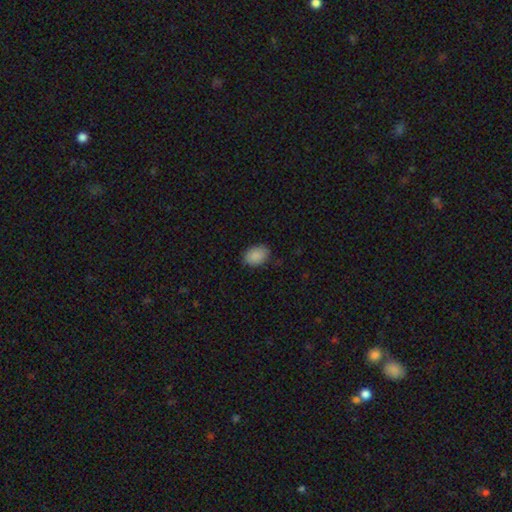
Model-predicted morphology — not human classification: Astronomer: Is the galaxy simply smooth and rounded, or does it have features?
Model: smooth — 89%.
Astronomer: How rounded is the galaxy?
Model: in between — 82%.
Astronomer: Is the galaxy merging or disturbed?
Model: none — 83%.